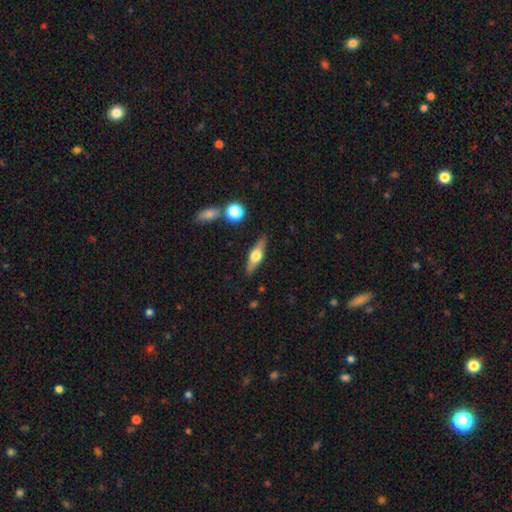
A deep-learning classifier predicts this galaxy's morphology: smooth_or_featured: featured or disk (p=0.55) [alt: smooth p=0.38]
disk_edge_on: yes (p=0.92) [alt: no p=0.08]
edge_on_bulge: rounded (p=0.94) [alt: boxy p=0.05]
merging: none (p=0.86) [alt: minor disturbance p=0.09]